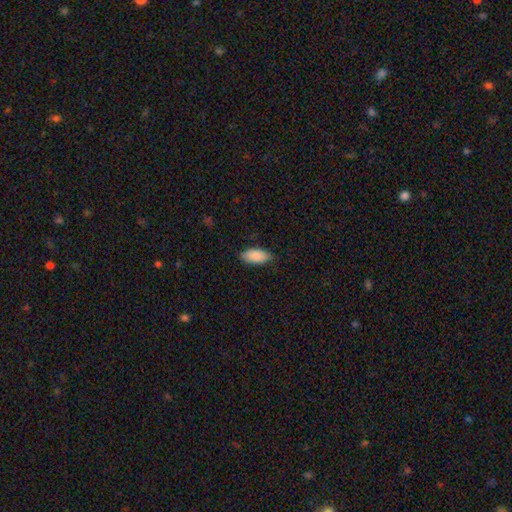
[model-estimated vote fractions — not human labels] Overall: smooth (89%). How rounded: in between (92%). Merging: none (82%).